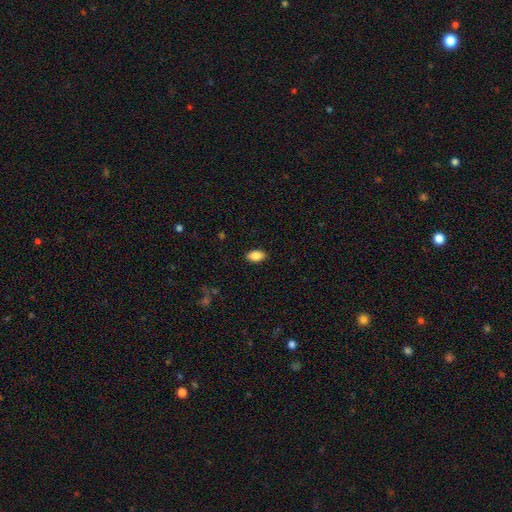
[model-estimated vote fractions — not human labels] Overall: smooth (86%). How rounded: in between (92%). Merging: none (88%).